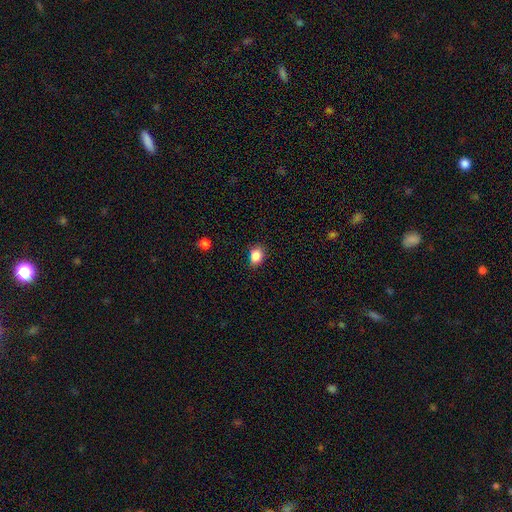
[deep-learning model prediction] smooth_or_featured: smooth (p=0.85) [alt: star or artifact p=0.10]
how_rounded: in between (p=0.56) [alt: round p=0.43]
merging: none (p=0.79) [alt: minor disturbance p=0.15]